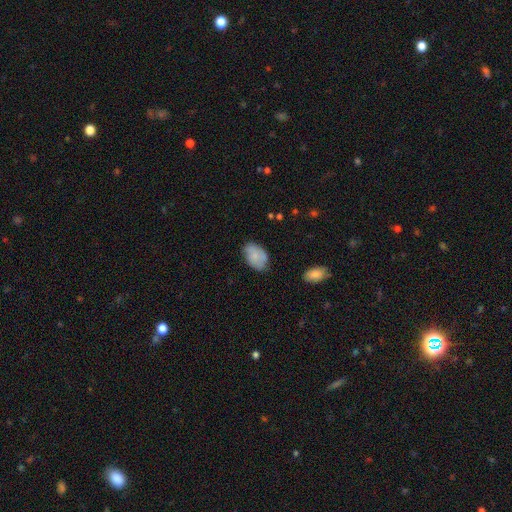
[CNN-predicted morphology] This appears to be a smooth galaxy with no disk features (75%) that is in between round and cigar-shaped (89%). Merging: none (69%).